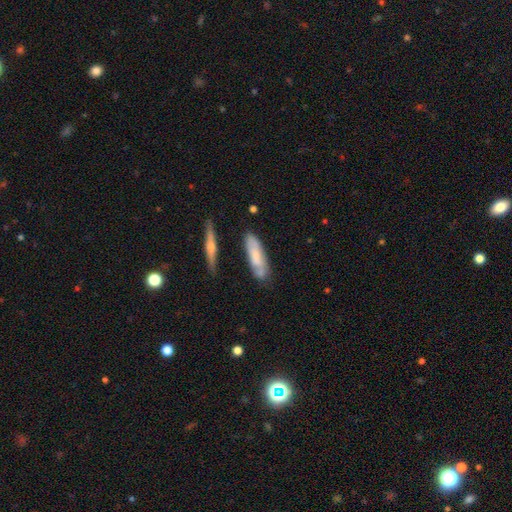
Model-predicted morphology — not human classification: A smooth galaxy with no disk features (59%) that is cigar-shaped (58%).

Vote fractions:
- Smooth or featured? smooth: 59% / featured or disk: 34% / star or artifact: 7%
- How rounded? cigar-shaped: 58% / in between: 40% / round: 2%
- Merging? none: 66% / minor disturbance: 22% / merger: 7% / major disturbance: 5%